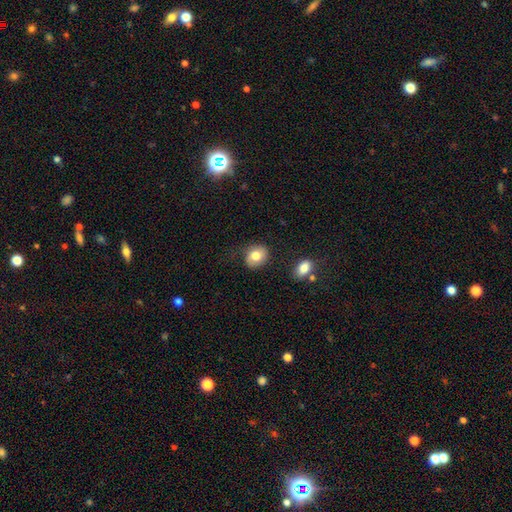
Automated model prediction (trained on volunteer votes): smooth 78%, featured or disk 14%, star or artifact 8%. Down the decision tree: how rounded — round (55%); merging — none (71%).